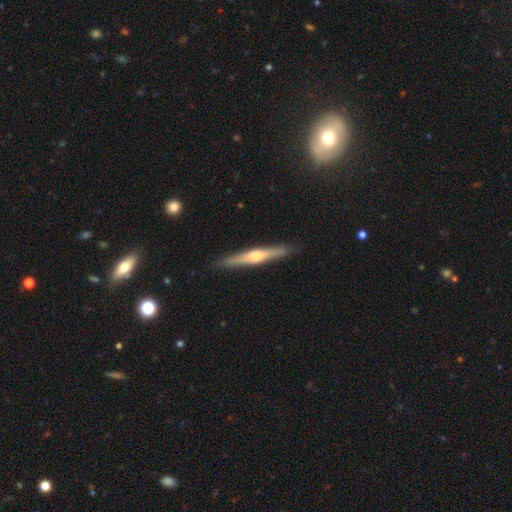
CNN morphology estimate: Smooth or featured?
  - featured or disk: 66% *
  - smooth: 29%
  - star or artifact: 5%
Edge-on disk?
  - yes: 98% *
  - no: 2%
Edge-on bulge?
  - rounded: 83% *
  - boxy: 9%
  - none: 8%
Merging?
  - none: 90% *
  - minor disturbance: 7%
  - major disturbance: 1%
  - merger: 1%